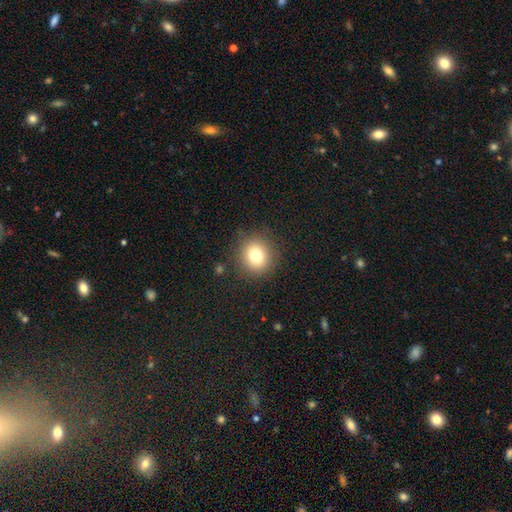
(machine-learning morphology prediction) Smooth or featured? smooth (78%)
How rounded? round (86%)
Merging? none (88%)